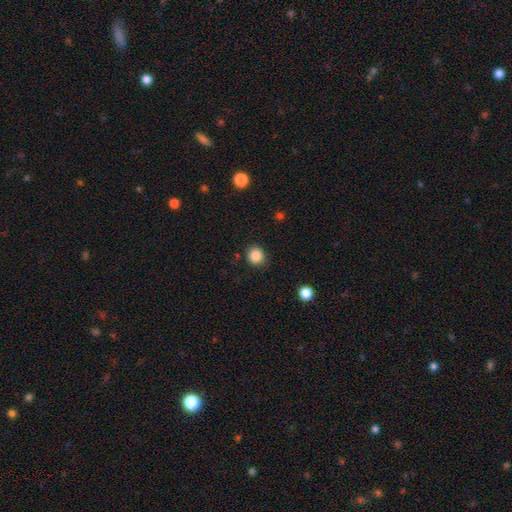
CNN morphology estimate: smooth_or_featured: smooth (p=0.86) [alt: star or artifact p=0.10]
how_rounded: round (p=0.88) [alt: in between p=0.11]
merging: none (p=0.87) [alt: minor disturbance p=0.09]